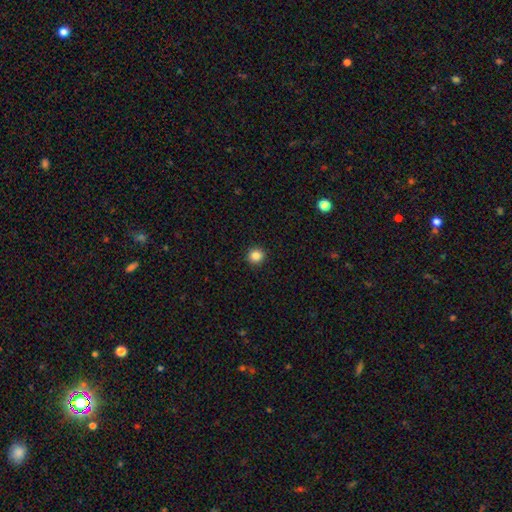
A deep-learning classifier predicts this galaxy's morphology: This appears to be a smooth galaxy with no disk features (85%) that is round (94%). Merging: none (93%).